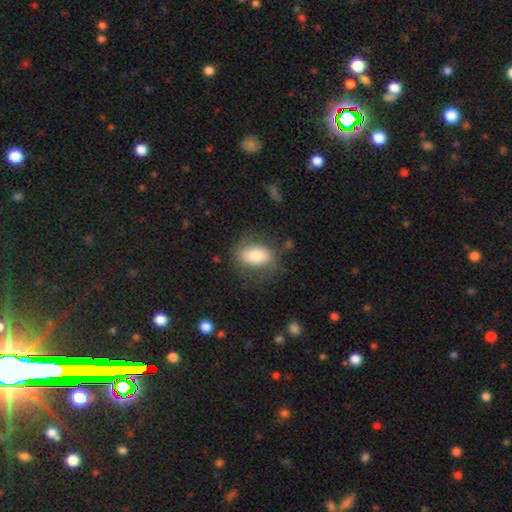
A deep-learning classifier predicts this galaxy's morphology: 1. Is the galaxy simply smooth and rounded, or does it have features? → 66% smooth, 27% featured or disk, 7% star or artifact.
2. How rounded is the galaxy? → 84% in between, 13% round, 3% cigar-shaped.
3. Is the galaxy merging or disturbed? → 67% none, 19% minor disturbance, 12% major disturbance, 2% merger.